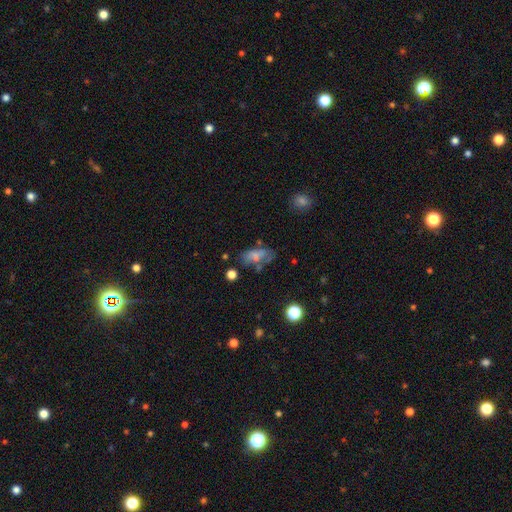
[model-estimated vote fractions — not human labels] Q: Smooth or featured?
A: smooth (61%); runner-up: featured or disk (28%)
Q: How rounded?
A: in between (84%); runner-up: cigar-shaped (10%)
Q: Merging?
A: none (45%); runner-up: minor disturbance (25%)